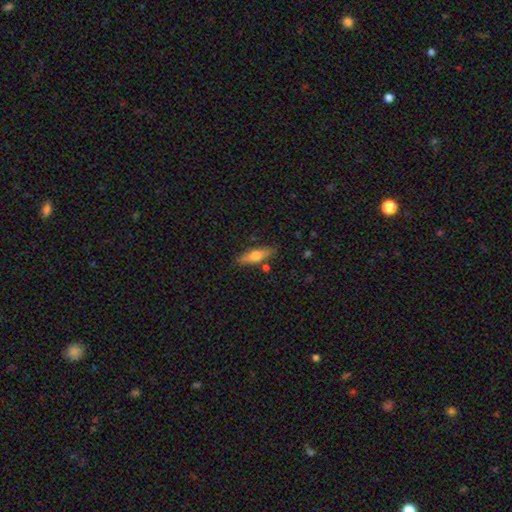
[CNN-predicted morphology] Smooth or featured? Predicted: smooth (p=0.58). How rounded? Predicted: cigar-shaped (p=0.57). Merging? Predicted: none (p=0.80).